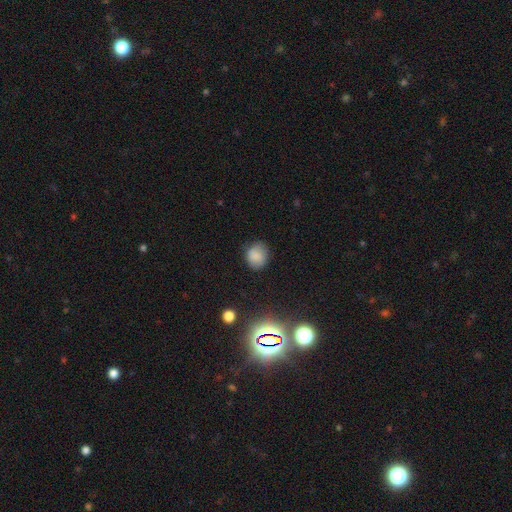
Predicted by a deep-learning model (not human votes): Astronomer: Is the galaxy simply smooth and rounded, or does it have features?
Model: smooth — 80%.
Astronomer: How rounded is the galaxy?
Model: round — 71%.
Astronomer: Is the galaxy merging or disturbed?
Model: none — 77%.